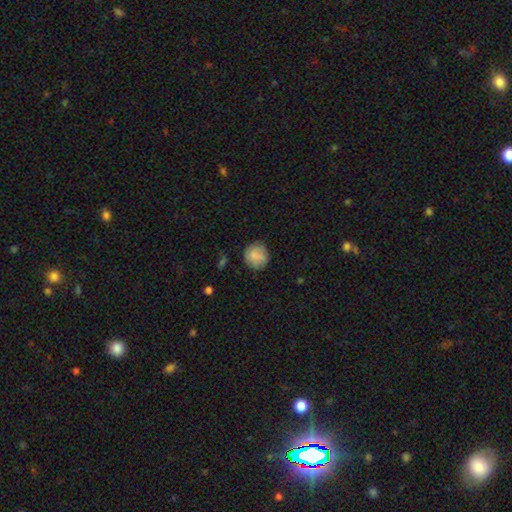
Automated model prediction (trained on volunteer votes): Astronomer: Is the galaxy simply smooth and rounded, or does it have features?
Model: smooth — 83%.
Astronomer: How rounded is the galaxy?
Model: round — 89%.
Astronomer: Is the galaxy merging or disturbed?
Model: none — 79%.